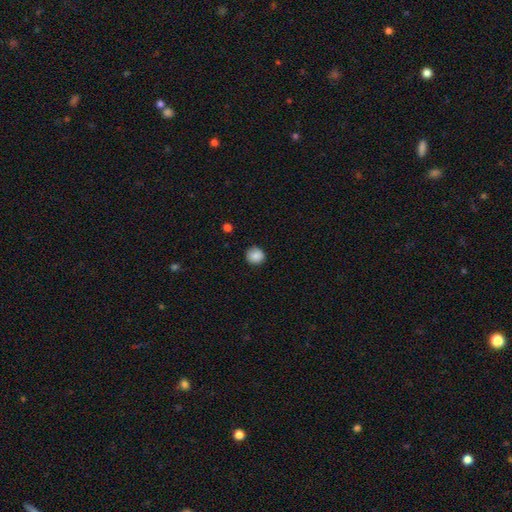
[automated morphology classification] Smooth or featured?
  - smooth: 87% *
  - star or artifact: 9%
  - featured or disk: 4%
How rounded?
  - round: 90% *
  - in between: 9%
  - cigar-shaped: 1%
Merging?
  - none: 89% *
  - minor disturbance: 8%
  - major disturbance: 2%
  - merger: 1%